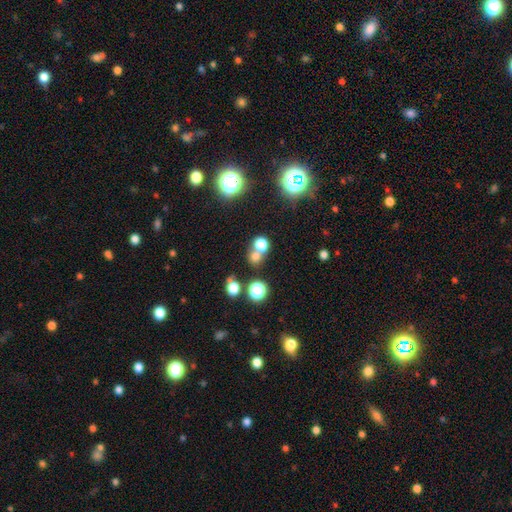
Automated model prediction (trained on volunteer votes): A smooth galaxy with no disk features (67%) that is round (83%). Merging: none (50%).